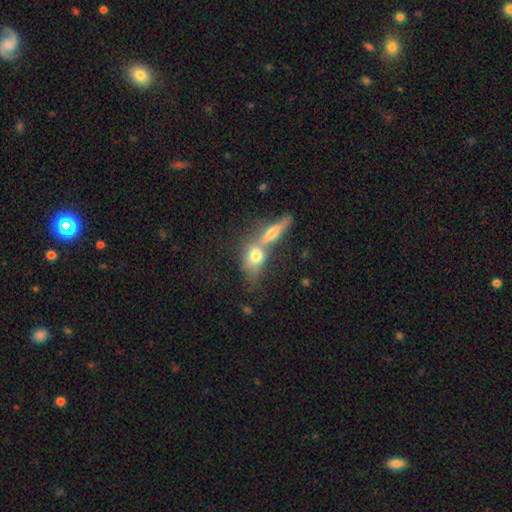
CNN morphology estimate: Overall: smooth (68%). How rounded: in between (54%; round 34%). Merging: merger (51%; none 33%).